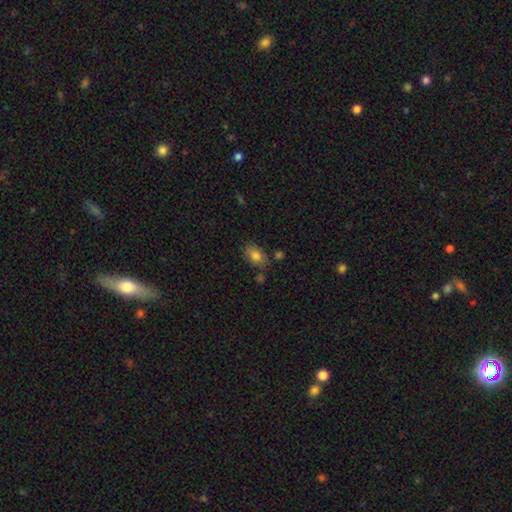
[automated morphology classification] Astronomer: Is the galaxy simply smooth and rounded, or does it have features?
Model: smooth — 81%.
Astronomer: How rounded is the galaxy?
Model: in between — 81%.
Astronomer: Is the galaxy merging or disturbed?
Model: none — 69%.